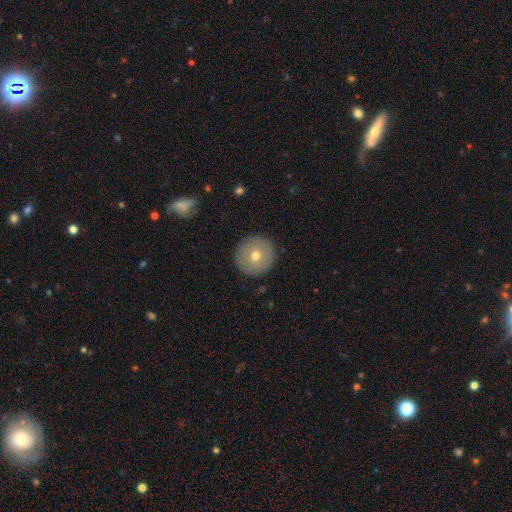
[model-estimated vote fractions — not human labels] Smooth or featured? smooth (66%)
How rounded? round (96%)
Merging? none (91%)